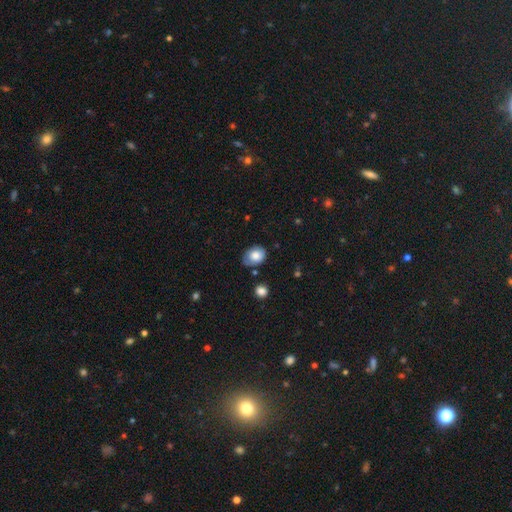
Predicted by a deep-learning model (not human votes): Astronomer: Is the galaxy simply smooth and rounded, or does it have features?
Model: smooth — 78%.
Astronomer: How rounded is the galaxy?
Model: in between — 66%.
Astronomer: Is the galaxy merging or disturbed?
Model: none — 65%.